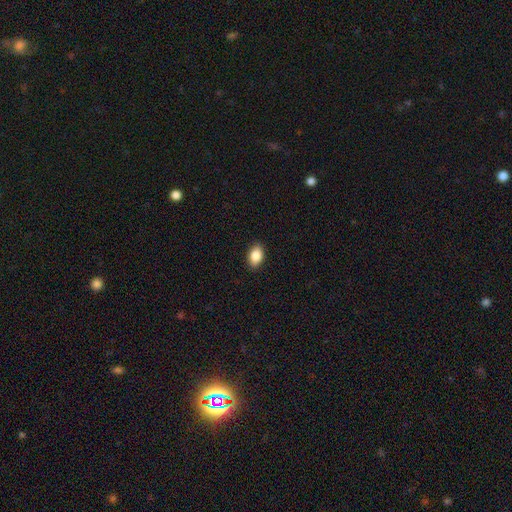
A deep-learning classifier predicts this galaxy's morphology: A smooth galaxy with no disk features (86%) that is in between round and cigar-shaped (88%). Merging: none (88%).